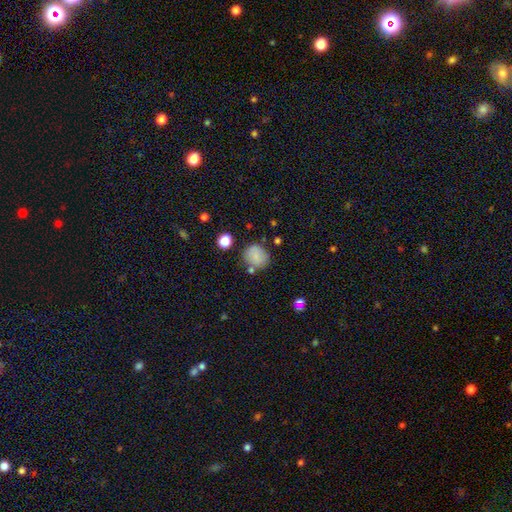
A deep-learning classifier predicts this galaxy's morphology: A smooth galaxy with no disk features (81%) that is round (81%). Merging: none (72%).